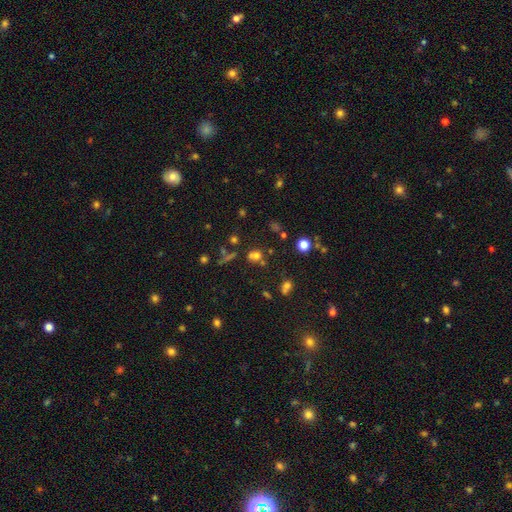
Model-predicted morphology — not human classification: smooth-or-featured: smooth: 61% | star or artifact: 27% | featured or disk: 12%
  how-rounded: round: 67% | in between: 30% | cigar-shaped: 3%
  merging: none: 55% | merger: 26% | minor disturbance: 12% | major disturbance: 7%